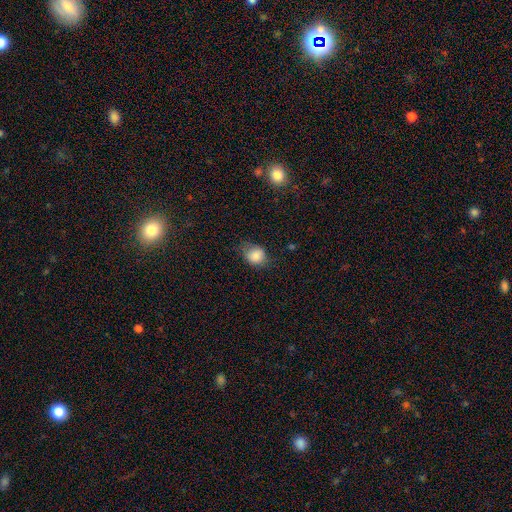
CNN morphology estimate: Smooth or featured? smooth (84%)
How rounded? round (58%)
Merging? none (61%)